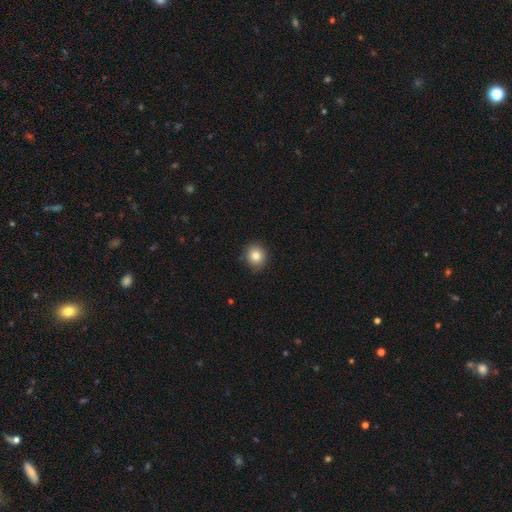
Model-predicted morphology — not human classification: A smooth galaxy with no disk features (83%) that is round (80%). Merging: none (87%).